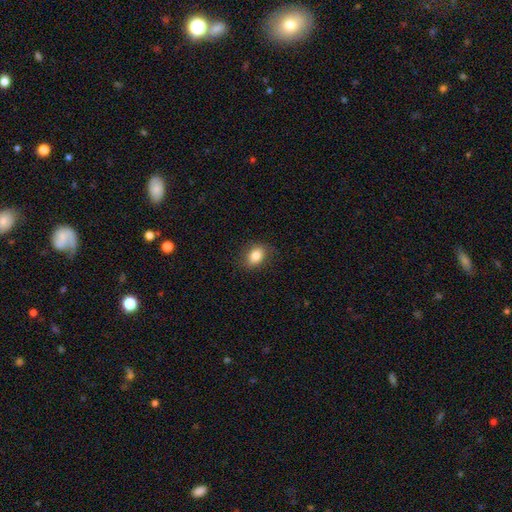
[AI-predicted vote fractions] The model was most divided on "how rounded": in between: 70%, round: 29%, cigar-shaped: 1%. More confident: smooth or featured — smooth (83%); merging — none (83%).